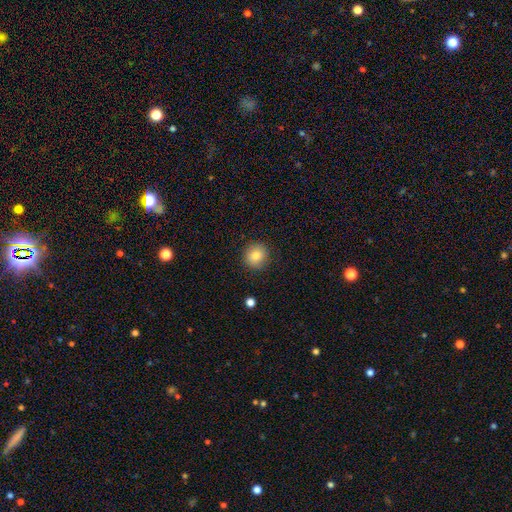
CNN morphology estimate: Smooth or featured: smooth — 83% (star or artifact — 9%)
How rounded: round — 91% (in between — 8%)
Merging: none — 89% (minor disturbance — 8%)